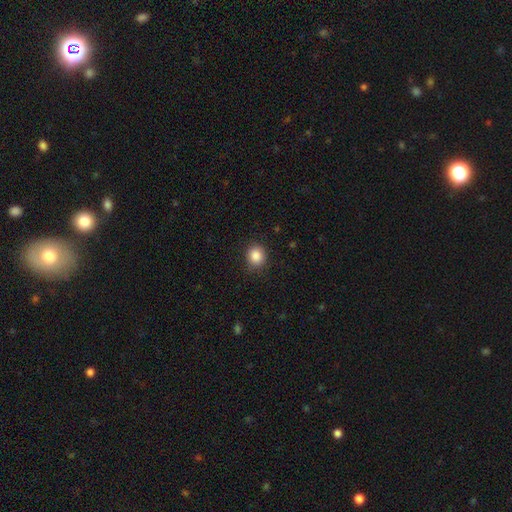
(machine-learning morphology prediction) smooth-or-featured: smooth: 87% | star or artifact: 9% | featured or disk: 4%
  how-rounded: round: 80% | in between: 19% | cigar-shaped: 1%
  merging: none: 86% | minor disturbance: 10% | major disturbance: 3% | merger: 1%